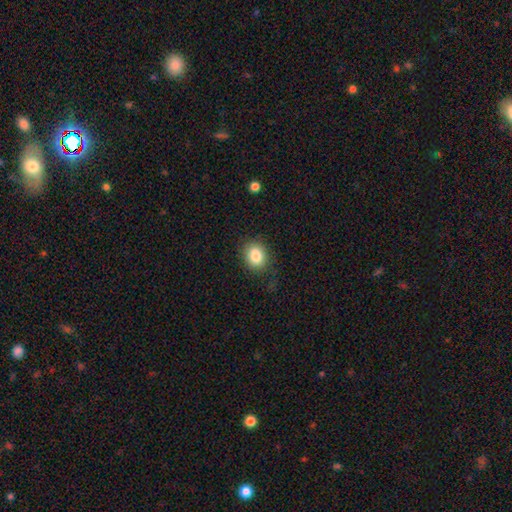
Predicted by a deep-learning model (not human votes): smooth_or_featured: smooth (p=0.84) [alt: star or artifact p=0.09]
how_rounded: round (p=0.50) [alt: in between p=0.49]
merging: none (p=0.81) [alt: minor disturbance p=0.13]